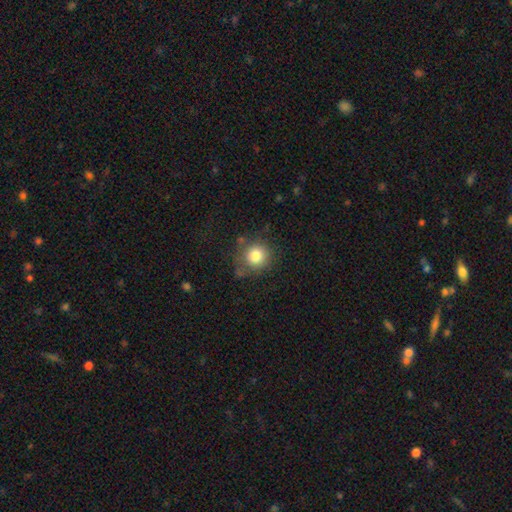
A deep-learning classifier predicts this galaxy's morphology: This is clearly a smooth galaxy (81%). How rounded: clearly round (92%). Merging: likely none (74%).